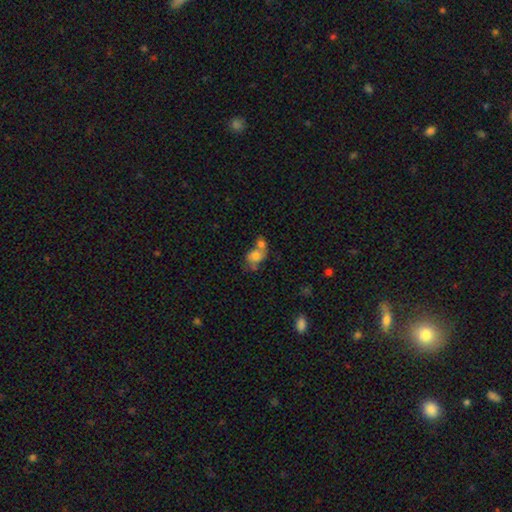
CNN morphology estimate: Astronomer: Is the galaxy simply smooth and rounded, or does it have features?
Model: smooth — 69%.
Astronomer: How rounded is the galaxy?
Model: in between — 50% (runner-up: round, 48%).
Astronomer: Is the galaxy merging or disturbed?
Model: merger — 60%.